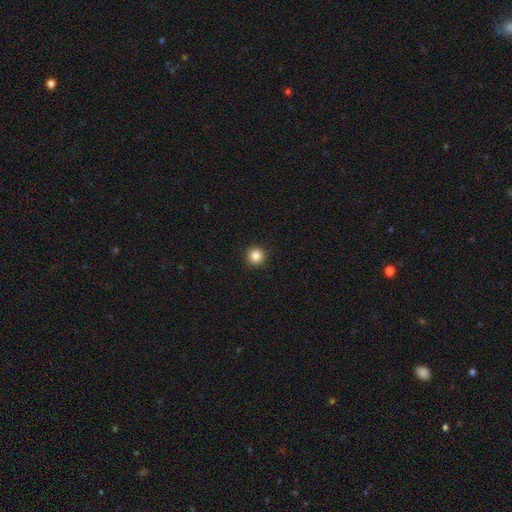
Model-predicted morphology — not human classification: This is clearly a smooth galaxy (85%). How rounded: clearly round (96%). Merging: clearly none (93%).